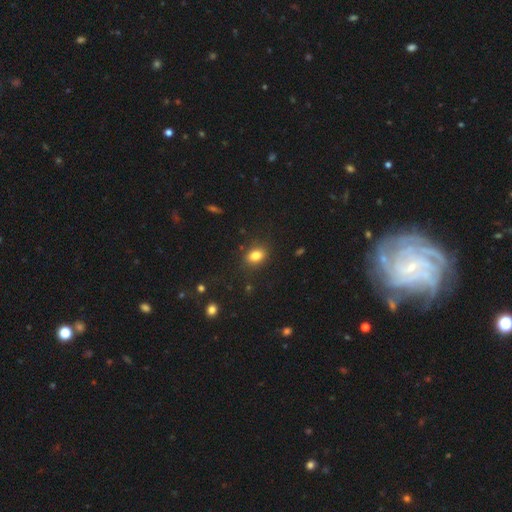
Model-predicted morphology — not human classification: This is clearly a smooth galaxy (82%). How rounded: likely in between (74%). Merging: clearly none (84%).